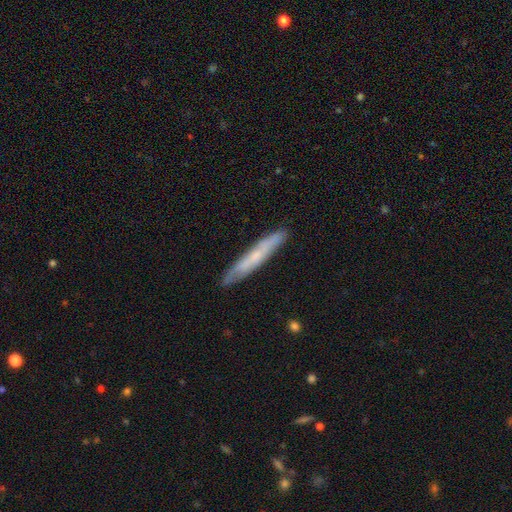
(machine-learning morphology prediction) Smooth or featured?
  - smooth: 48% *
  - featured or disk: 45%
  - star or artifact: 6%
Merging?
  - none: 86% *
  - minor disturbance: 11%
  - major disturbance: 2%
  - merger: 1%